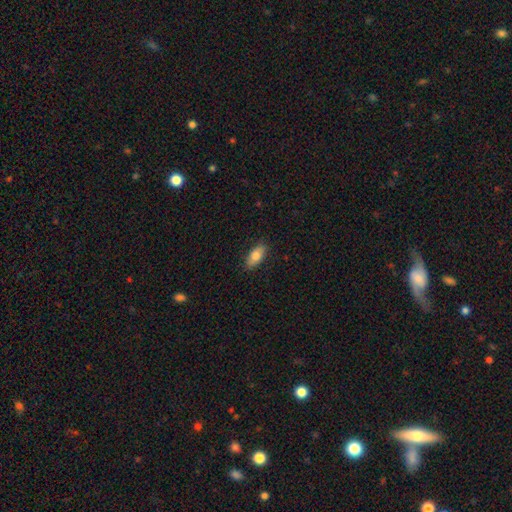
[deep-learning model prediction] A smooth galaxy with no disk features (78%) that is in between round and cigar-shaped (83%). Merging: none (86%).